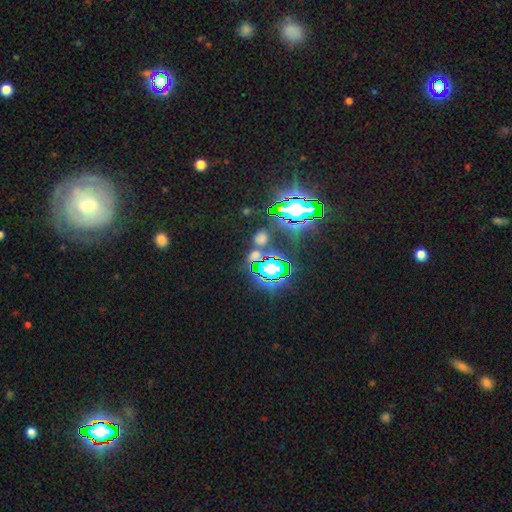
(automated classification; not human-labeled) This appears to be a star or artifact, not a galaxy (59%).